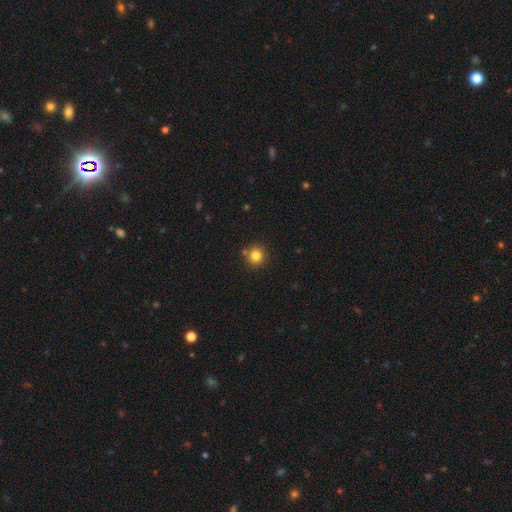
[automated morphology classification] Smooth or featured: smooth — 82% (star or artifact — 12%)
How rounded: round — 93% (in between — 6%)
Merging: none — 83% (minor disturbance — 8%)